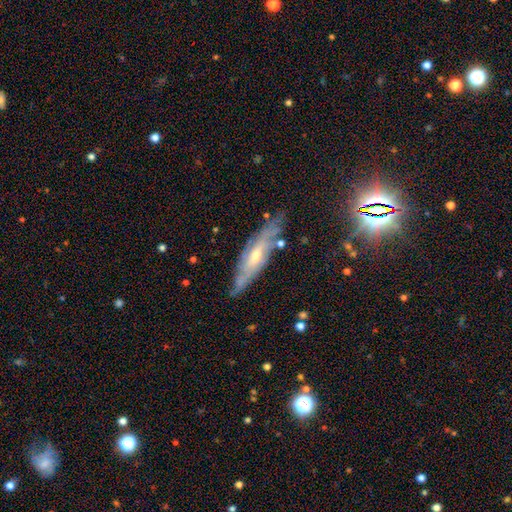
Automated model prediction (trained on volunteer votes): Smooth or featured: featured or disk — 73% (smooth — 18%)
Edge-on disk: no — 54% (yes — 46%)
Merging: none — 74% (minor disturbance — 19%)